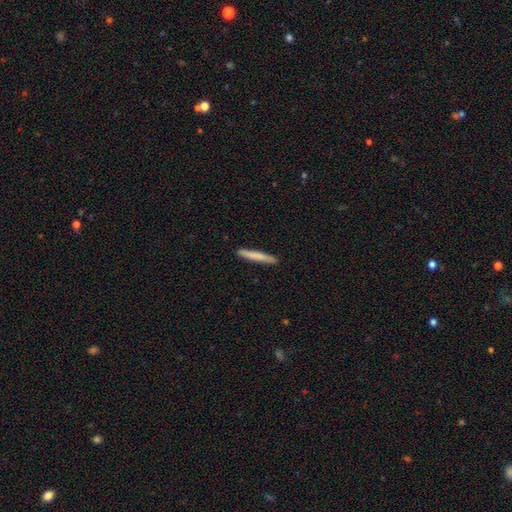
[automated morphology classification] Q: Smooth or featured?
A: smooth (77%); runner-up: featured or disk (18%)
Q: How rounded?
A: cigar-shaped (96%); runner-up: in between (3%)
Q: Merging?
A: none (91%); runner-up: minor disturbance (7%)